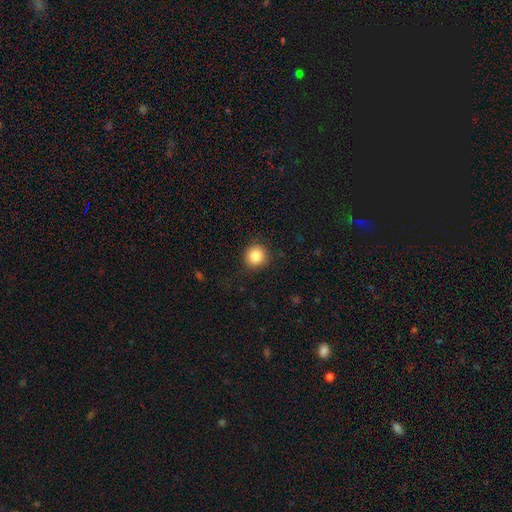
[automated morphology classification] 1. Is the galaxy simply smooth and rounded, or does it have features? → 85% smooth, 10% star or artifact, 5% featured or disk.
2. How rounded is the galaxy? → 93% round, 6% in between, 1% cigar-shaped.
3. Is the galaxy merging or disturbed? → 89% none, 8% minor disturbance, 2% major disturbance, 1% merger.